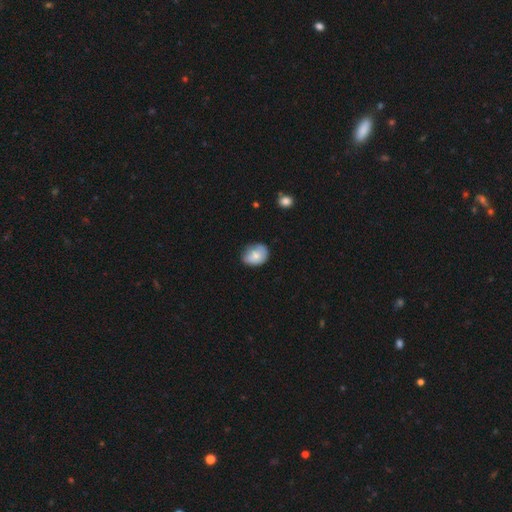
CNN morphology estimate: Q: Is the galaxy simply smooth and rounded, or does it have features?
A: smooth — 77%.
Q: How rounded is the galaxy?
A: in between — 59%.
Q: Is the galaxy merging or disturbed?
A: none — 60%.